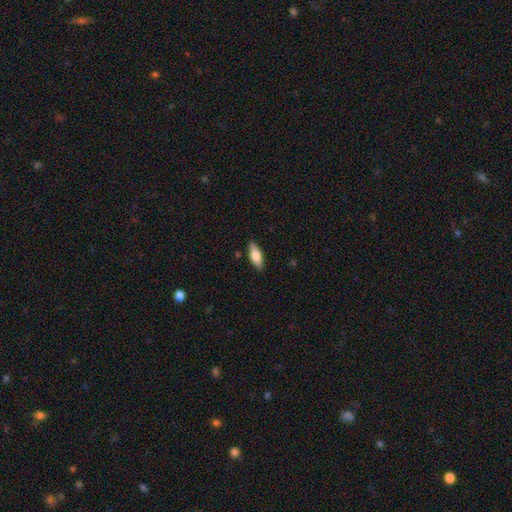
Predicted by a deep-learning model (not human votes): smooth-or-featured: smooth: 71% | featured or disk: 23% | star or artifact: 6%
  how-rounded: in between: 71% | cigar-shaped: 27% | round: 2%
  merging: none: 87% | minor disturbance: 10% | major disturbance: 2% | merger: 1%